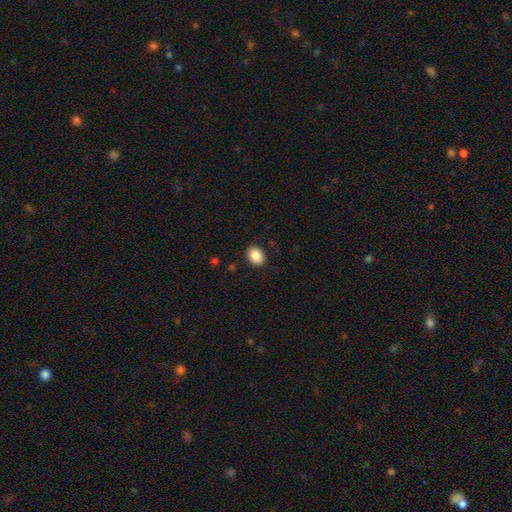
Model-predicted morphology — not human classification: This is clearly a smooth galaxy (89%). How rounded: possibly in between (55%). Merging: clearly none (90%).